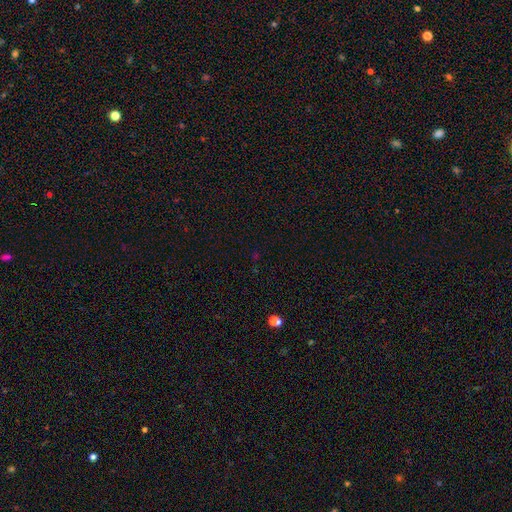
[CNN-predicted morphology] type=star or artifact (63%).